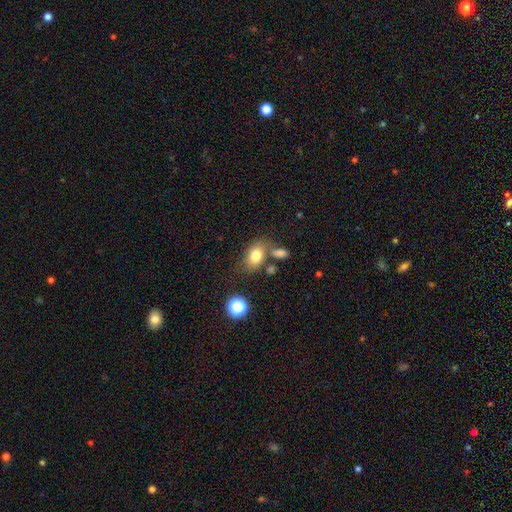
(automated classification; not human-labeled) A smooth galaxy with no disk features (78%) that is in between round and cigar-shaped (79%).

Vote fractions:
- Smooth or featured? smooth: 78% / featured or disk: 12% / star or artifact: 10%
- How rounded? in between: 79% / round: 20% / cigar-shaped: 2%
- Merging? none: 61% / merger: 17% / minor disturbance: 16% / major disturbance: 6%